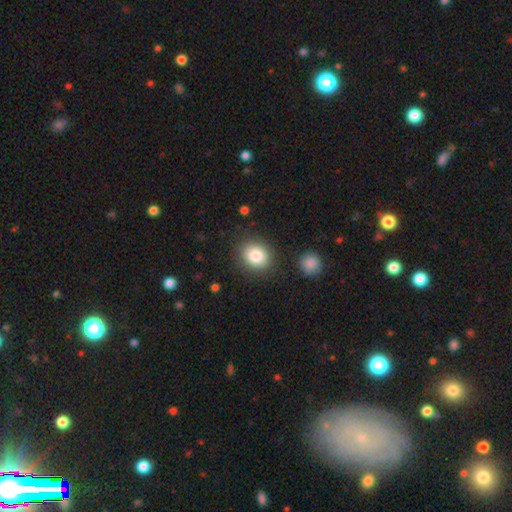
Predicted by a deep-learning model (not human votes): Morphology: type=smooth (83%); roundness=round (69%); merging=none (84%).